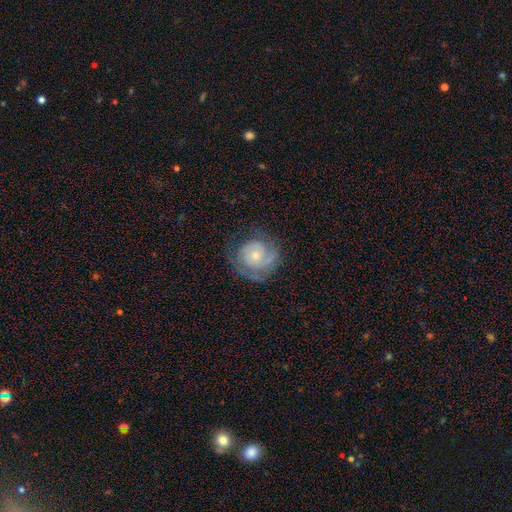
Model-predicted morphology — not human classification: Smooth or featured: featured or disk — 57% (smooth — 36%)
Edge-on disk: no — 97% (yes — 3%)
Bar: no — 80% (weak — 18%)
Spiral arms: yes — 78% (no — 22%)
Bulge size: small — 53% (moderate — 39%)
Merging: none — 62% (minor disturbance — 22%)